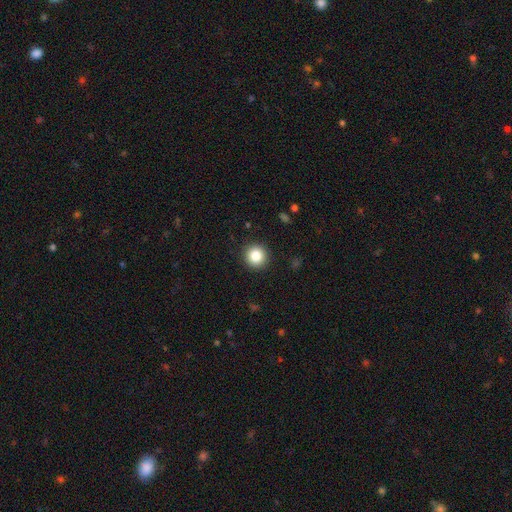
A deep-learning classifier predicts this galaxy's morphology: smooth 85%, star or artifact 10%, featured or disk 5%. Down the decision tree: how rounded — round (94%); merging — none (92%).